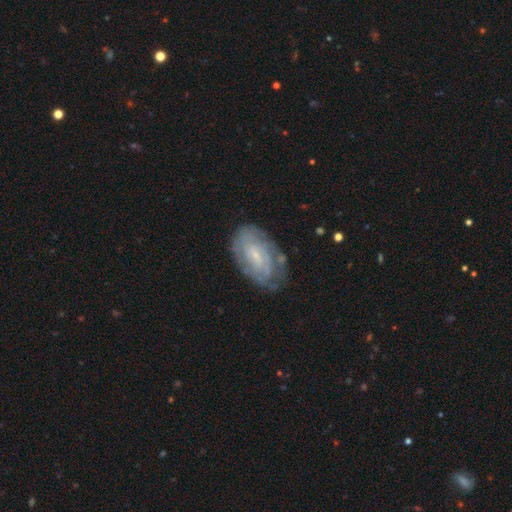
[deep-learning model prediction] Morphology: type=featured or disk (61%); edge-on=no (94%); bar=no (54%); spiral arms=yes (85%); bulge=small (58%); merging=none (78%).